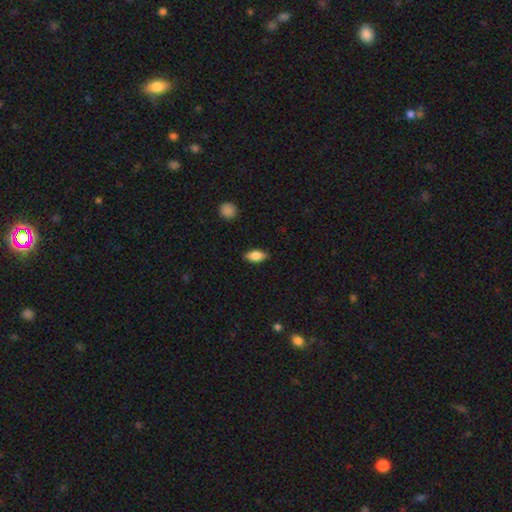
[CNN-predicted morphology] This is likely a smooth galaxy (78%). How rounded: clearly in between (87%). Merging: clearly none (85%).